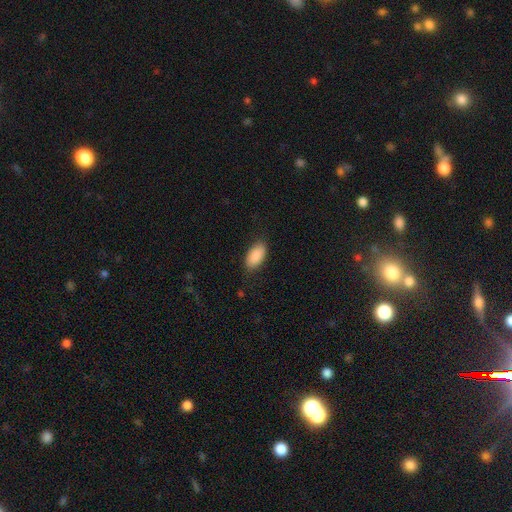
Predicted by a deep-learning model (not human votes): Overall: smooth (90%). How rounded: in between (94%). Merging: none (81%).